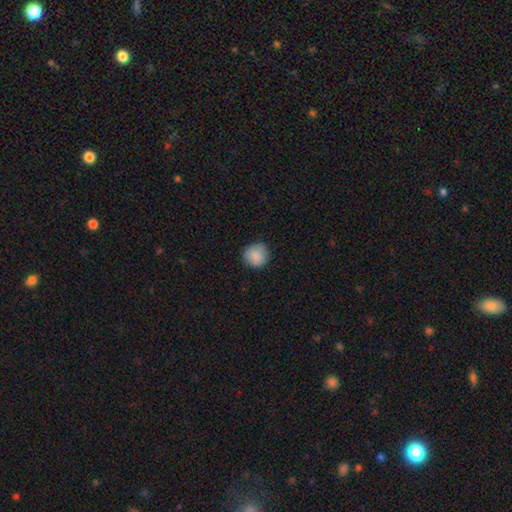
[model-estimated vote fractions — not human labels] smooth_or_featured: smooth (p=0.87) [alt: star or artifact p=0.07]
how_rounded: round (p=0.88) [alt: in between p=0.11]
merging: none (p=0.83) [alt: minor disturbance p=0.13]